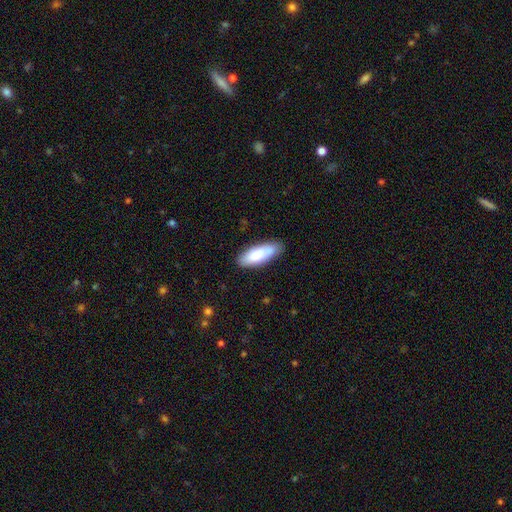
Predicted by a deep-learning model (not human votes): smooth_or_featured: smooth (p=0.78) [alt: featured or disk p=0.16]
how_rounded: in between (p=0.64) [alt: cigar-shaped p=0.34]
merging: none (p=0.81) [alt: minor disturbance p=0.15]